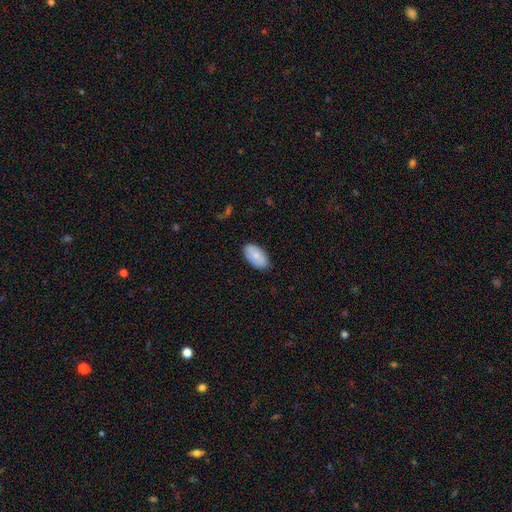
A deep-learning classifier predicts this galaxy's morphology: smooth-or-featured: smooth: 82% | featured or disk: 12% | star or artifact: 6%
  how-rounded: in between: 95% | round: 3% | cigar-shaped: 2%
  merging: none: 83% | minor disturbance: 13% | major disturbance: 2% | merger: 1%